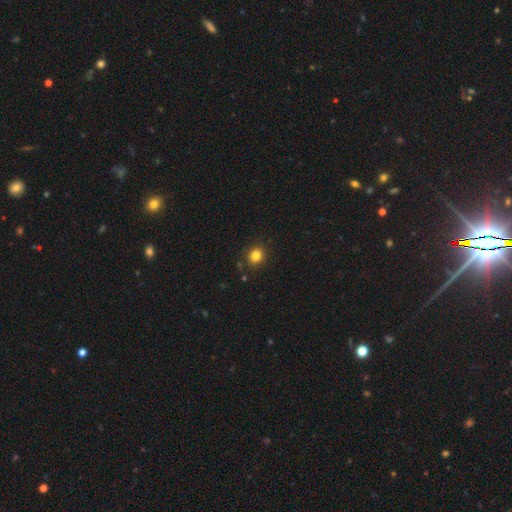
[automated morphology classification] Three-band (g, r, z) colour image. It shows a smooth galaxy with no disk features (83%) that is round (72%). Merging: none (88%).